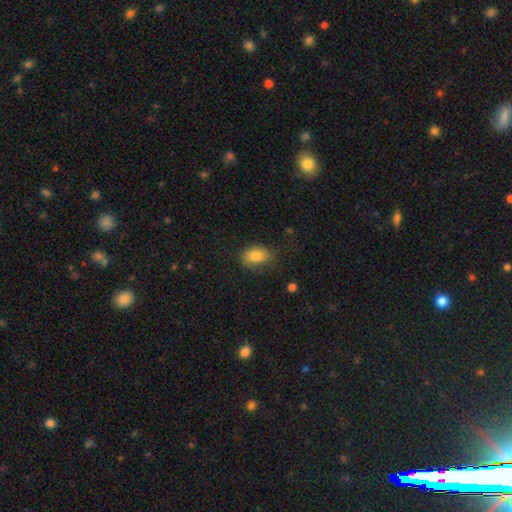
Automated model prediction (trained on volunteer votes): Morphology: type=smooth (84%); roundness=in between (83%); merging=none (68%).